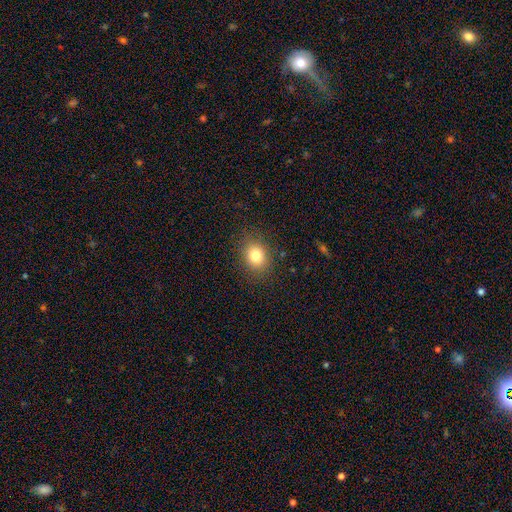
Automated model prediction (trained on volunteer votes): Morphology: type=smooth (80%); roundness=round (51%); merging=none (86%).